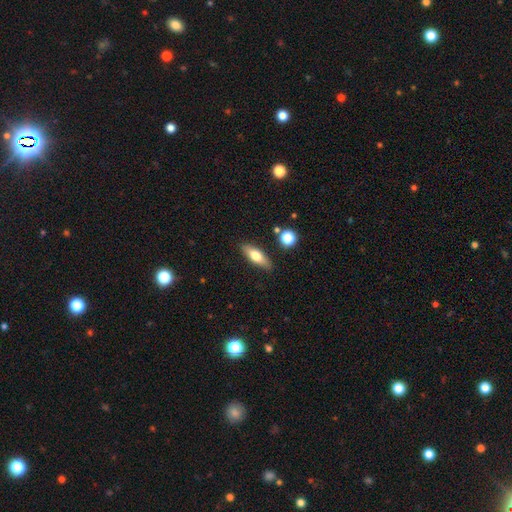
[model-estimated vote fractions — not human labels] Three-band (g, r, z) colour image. It shows a smooth galaxy with no disk features (66%) that is in between round and cigar-shaped (57%). Merging: none (85%).